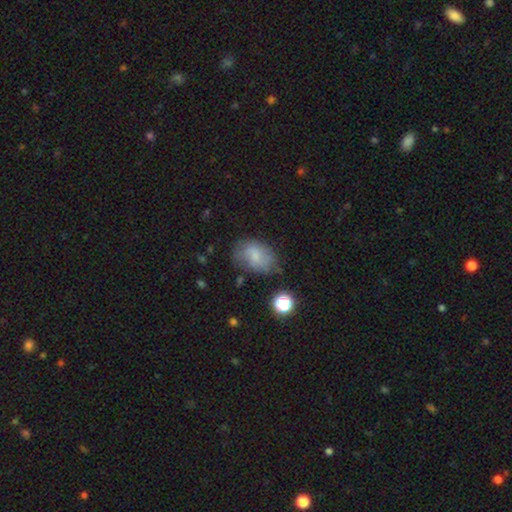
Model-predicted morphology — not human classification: The model was most divided on "merging": none: 59%, minor disturbance: 26%, major disturbance: 11%, merger: 4%. More confident: how rounded — in between (78%); smooth or featured — smooth (63%).